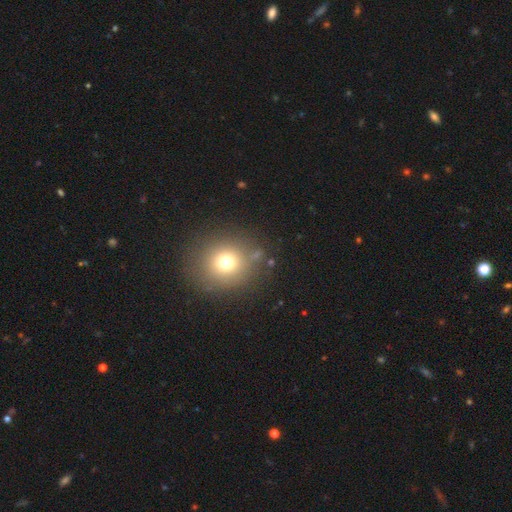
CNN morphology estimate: Smooth or featured: smooth — 70% (star or artifact — 19%)
How rounded: round — 84% (in between — 15%)
Merging: none — 82% (minor disturbance — 9%)